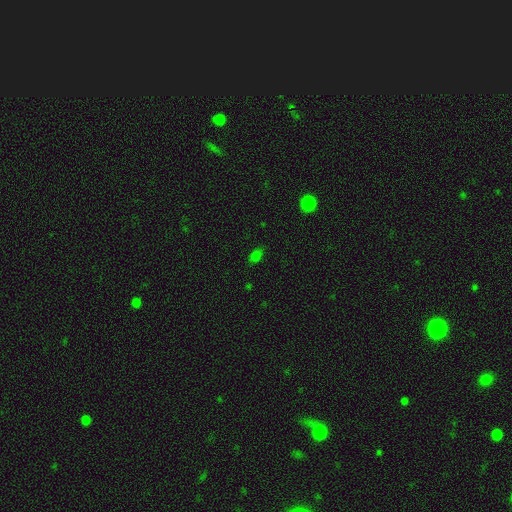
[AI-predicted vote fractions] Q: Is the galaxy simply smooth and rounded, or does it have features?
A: smooth — 70%.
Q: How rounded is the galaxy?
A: in between — 73%.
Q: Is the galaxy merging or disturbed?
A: none — 80%.